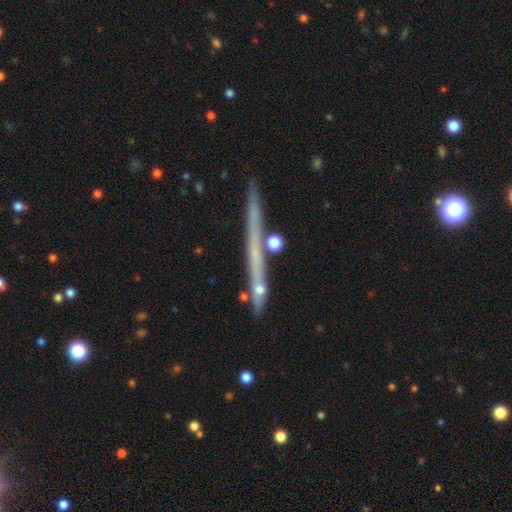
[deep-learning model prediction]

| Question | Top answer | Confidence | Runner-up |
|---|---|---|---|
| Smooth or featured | featured or disk | 61% | smooth (30%) |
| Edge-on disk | yes | 95% | no (5%) |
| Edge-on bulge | none | 84% | rounded (13%) |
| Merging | none | 80% | minor disturbance (10%) |